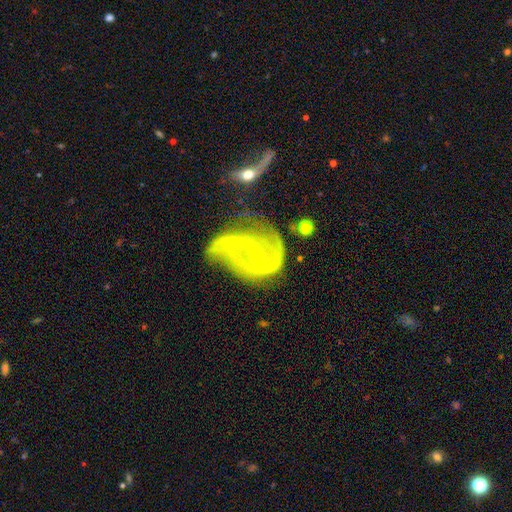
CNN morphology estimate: featured or disk 90%, star or artifact 6%, smooth 4%. Down the decision tree: edge-on disk — no (97%); bar — strong (53%); spiral arms — yes (96%); spiral arm count — 2 (85%); spiral winding — loose (45%); bulge size — small (76%); merging — none (37%).